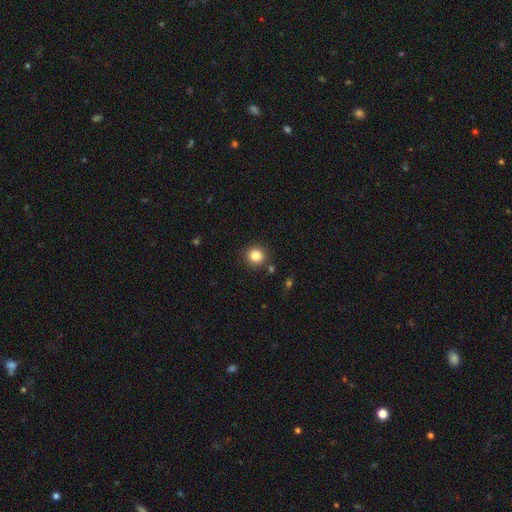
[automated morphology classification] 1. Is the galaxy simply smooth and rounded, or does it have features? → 83% smooth, 12% star or artifact, 5% featured or disk.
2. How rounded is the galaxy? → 92% round, 7% in between, 1% cigar-shaped.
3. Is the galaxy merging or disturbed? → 88% none, 6% minor disturbance, 3% merger, 2% major disturbance.